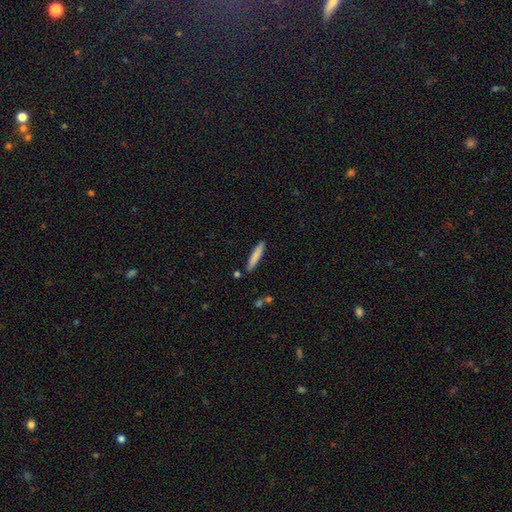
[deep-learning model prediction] Smooth or featured? smooth (80%)
How rounded? cigar-shaped (92%)
Merging? none (87%)